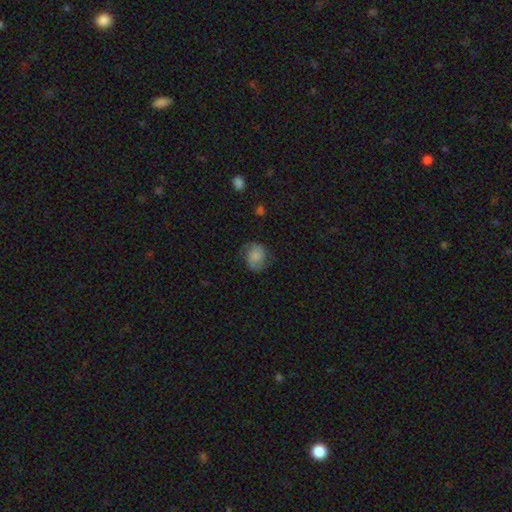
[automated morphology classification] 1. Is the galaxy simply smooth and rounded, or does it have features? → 50% featured or disk, 41% smooth, 9% star or artifact.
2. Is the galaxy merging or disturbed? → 74% none, 17% minor disturbance, 8% major disturbance, 1% merger.